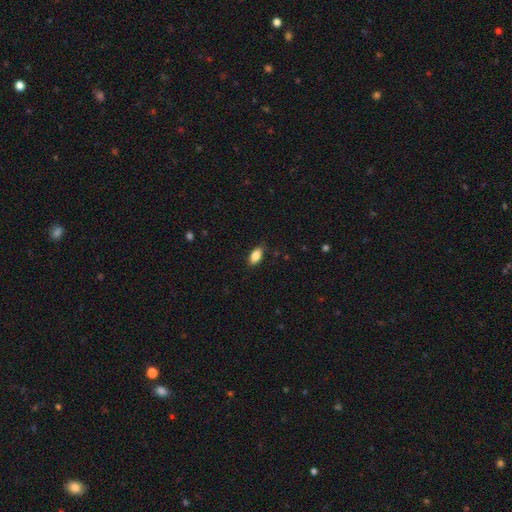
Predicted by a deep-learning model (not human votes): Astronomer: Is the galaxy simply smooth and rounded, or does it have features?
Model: smooth — 85%.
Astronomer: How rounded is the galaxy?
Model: in between — 89%.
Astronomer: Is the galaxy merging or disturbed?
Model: none — 84%.